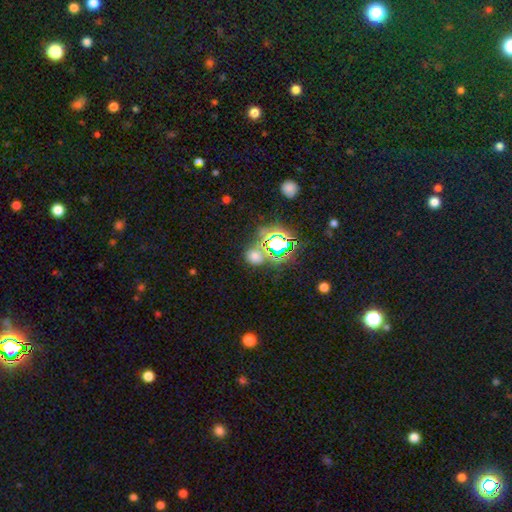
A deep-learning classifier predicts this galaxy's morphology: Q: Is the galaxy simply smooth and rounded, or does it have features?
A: smooth — 49%.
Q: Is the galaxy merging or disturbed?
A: none — 68%.